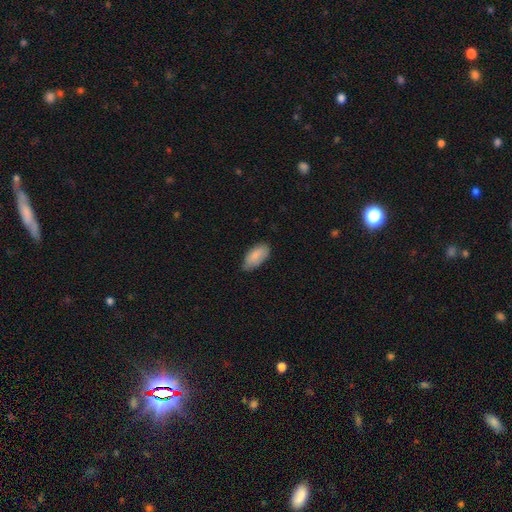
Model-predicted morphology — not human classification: smooth 85%, featured or disk 9%, star or artifact 6%. Down the decision tree: how rounded — in between (93%); merging — none (65%).